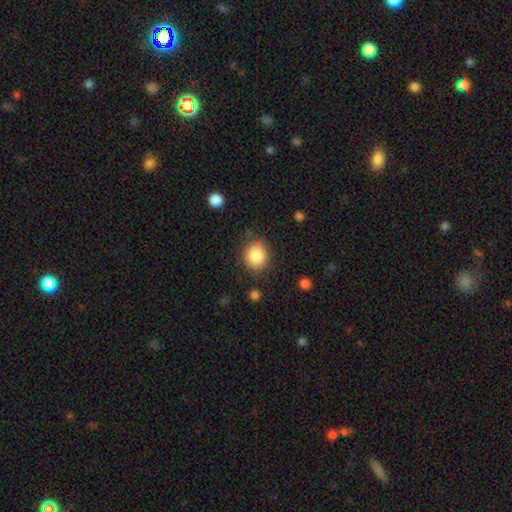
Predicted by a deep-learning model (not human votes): Smooth or featured?
  - smooth: 86% *
  - star or artifact: 9%
  - featured or disk: 5%
How rounded?
  - round: 72% *
  - in between: 27%
  - cigar-shaped: 1%
Merging?
  - none: 84% *
  - minor disturbance: 11%
  - major disturbance: 3%
  - merger: 2%